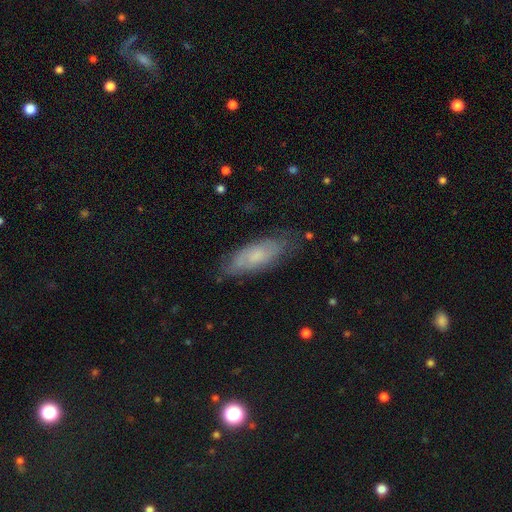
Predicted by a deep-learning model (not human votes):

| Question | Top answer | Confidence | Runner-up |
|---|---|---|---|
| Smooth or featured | smooth | 51% | featured or disk (41%) |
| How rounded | in between | 70% | cigar-shaped (28%) |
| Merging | none | 73% | minor disturbance (21%) |